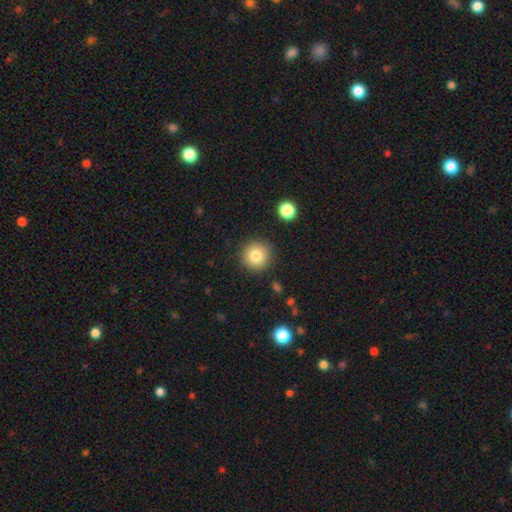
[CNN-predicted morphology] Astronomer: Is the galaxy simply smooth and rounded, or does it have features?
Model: smooth — 82%.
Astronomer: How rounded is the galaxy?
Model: round — 94%.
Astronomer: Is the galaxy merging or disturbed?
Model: none — 89%.